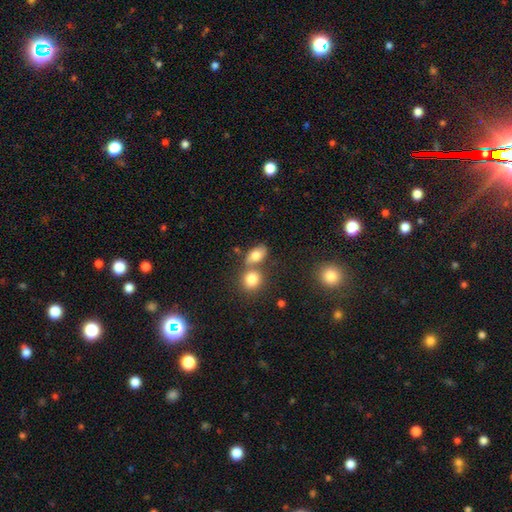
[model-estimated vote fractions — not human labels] Smooth or featured? smooth (76%)
How rounded? in between (75%)
Merging? none (43%)